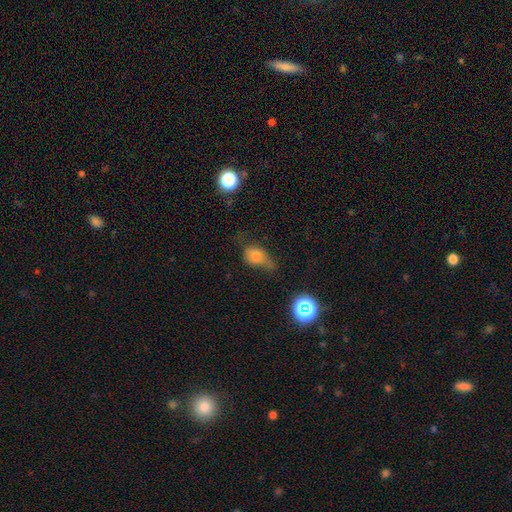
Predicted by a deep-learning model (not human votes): The model was most divided on "merging": minor disturbance: 37%, none: 35%, major disturbance: 24%, merger: 4%. More confident: smooth or featured — smooth (66%); how rounded — in between (63%).